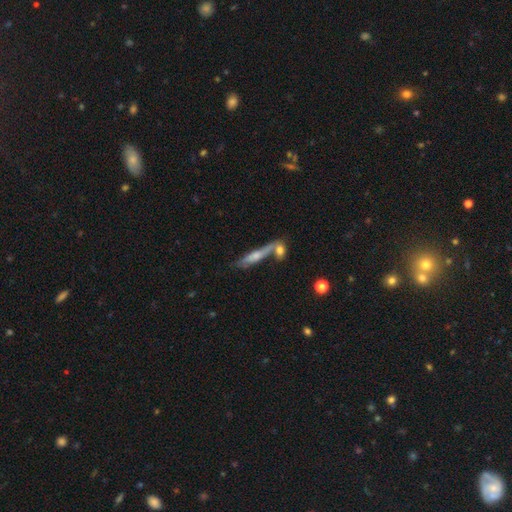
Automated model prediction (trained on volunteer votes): Overall: smooth (51%; featured or disk 43%). How rounded: cigar-shaped (76%). Merging: none (44%; merger 35%).